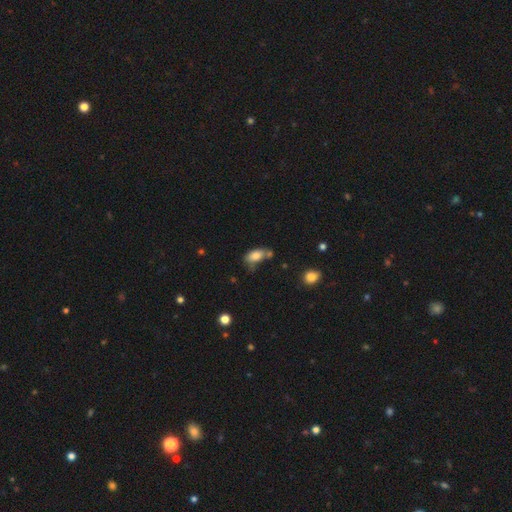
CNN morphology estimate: This appears to be a smooth galaxy with no disk features (79%) that is in between round and cigar-shaped (89%). Merging: none (41%).